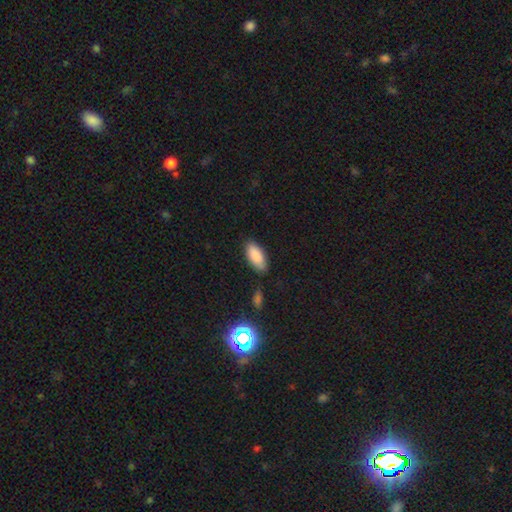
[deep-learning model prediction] Overall: smooth (88%). How rounded: in between (89%). Merging: none (78%).